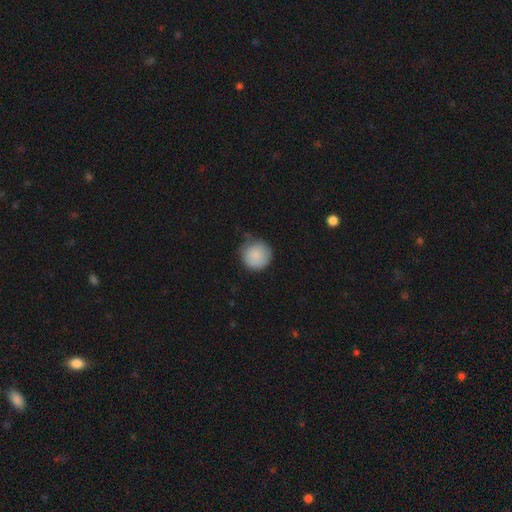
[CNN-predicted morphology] A smooth galaxy with no disk features (87%) that is round (94%). Merging: none (68%).